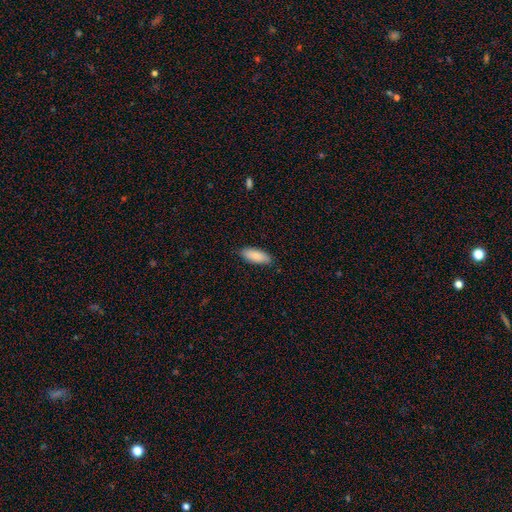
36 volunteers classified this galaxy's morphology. A smooth galaxy with no disk features (83%) that is in between round and cigar-shaped (83%). Merging: none (89%).